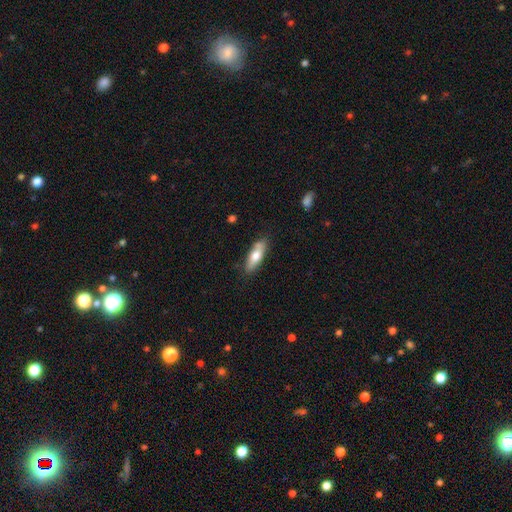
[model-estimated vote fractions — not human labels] smooth 68%, featured or disk 26%, star or artifact 6%. Down the decision tree: how rounded — in between (53%); merging — none (78%).